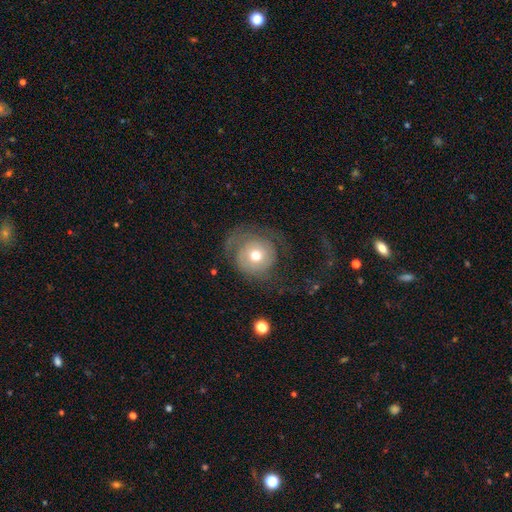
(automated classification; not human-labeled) featured or disk 50%, smooth 41%, star or artifact 9%. Down the decision tree: merging — none (50%).